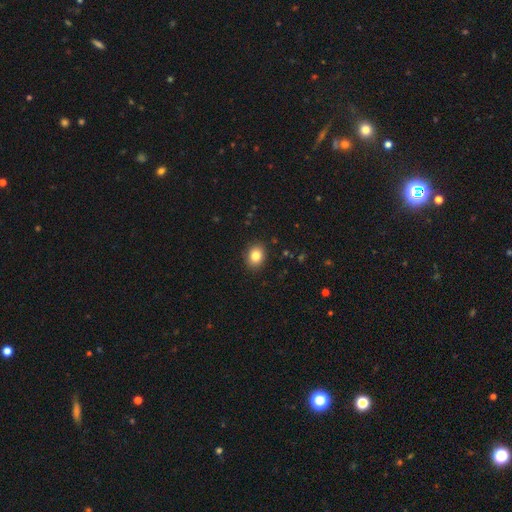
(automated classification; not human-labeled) A smooth galaxy with no disk features (83%) that is round (51%). Merging: none (90%).